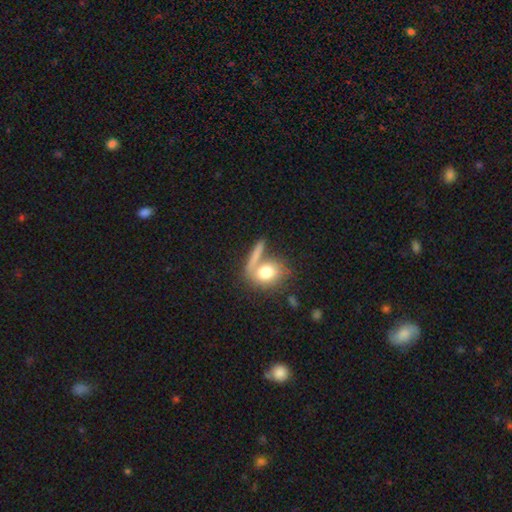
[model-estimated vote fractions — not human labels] Overall: smooth (68%). How rounded: round (47%; in between 33%). Merging: none (49%; merger 32%).